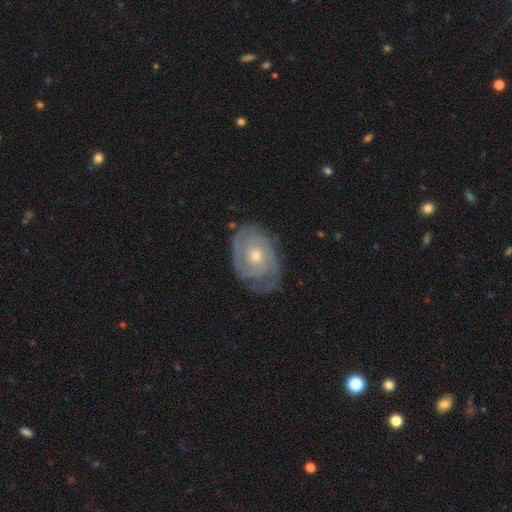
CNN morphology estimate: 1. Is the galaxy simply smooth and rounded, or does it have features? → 88% featured or disk, 7% smooth, 5% star or artifact.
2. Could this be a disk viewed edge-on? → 97% no, 3% yes.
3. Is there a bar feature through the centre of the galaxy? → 76% no, 20% weak, 4% strong.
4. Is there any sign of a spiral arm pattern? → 97% yes, 3% no.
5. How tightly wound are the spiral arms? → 73% tight, 23% medium, 4% loose.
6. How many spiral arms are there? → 36% 2, 26% 3, 19% can't tell, 9% 4, 5% 1, 5% more than 4.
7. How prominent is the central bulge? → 56% small, 41% moderate, 1% large, 1% none, 1% dominant.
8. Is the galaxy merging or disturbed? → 77% none, 17% minor disturbance, 5% major disturbance, 1% merger.